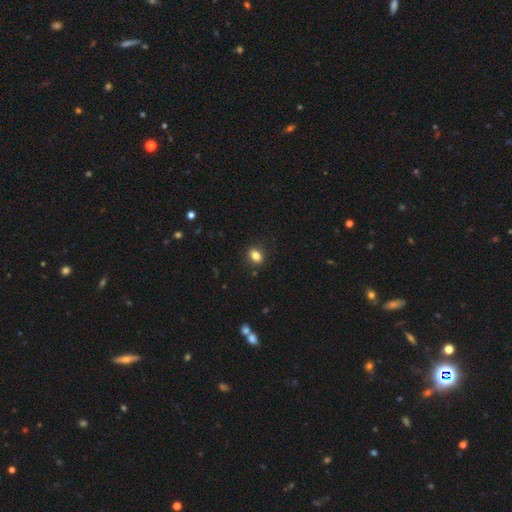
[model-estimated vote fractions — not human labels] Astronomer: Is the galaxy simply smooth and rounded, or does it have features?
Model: smooth — 81%.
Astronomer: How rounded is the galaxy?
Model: in between — 68%.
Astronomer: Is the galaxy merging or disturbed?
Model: none — 87%.